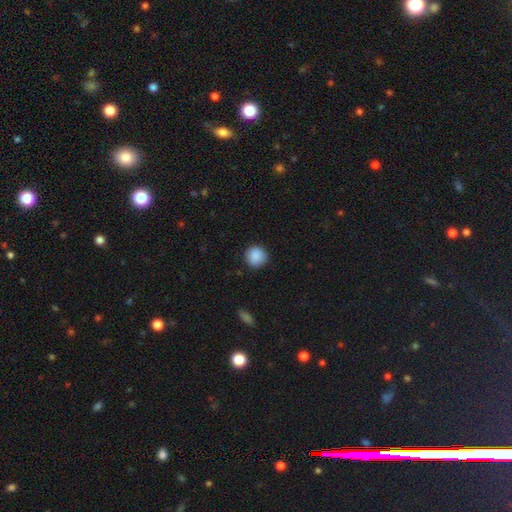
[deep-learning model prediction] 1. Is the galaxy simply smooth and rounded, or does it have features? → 89% smooth, 8% star or artifact, 3% featured or disk.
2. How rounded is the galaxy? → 93% round, 6% in between, 1% cigar-shaped.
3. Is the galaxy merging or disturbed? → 89% none, 8% minor disturbance, 2% major disturbance, 1% merger.